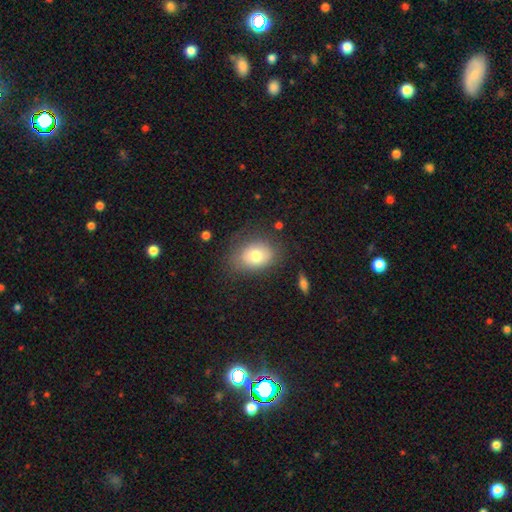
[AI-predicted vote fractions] Overall: smooth (76%). How rounded: in between (70%). Merging: none (71%).